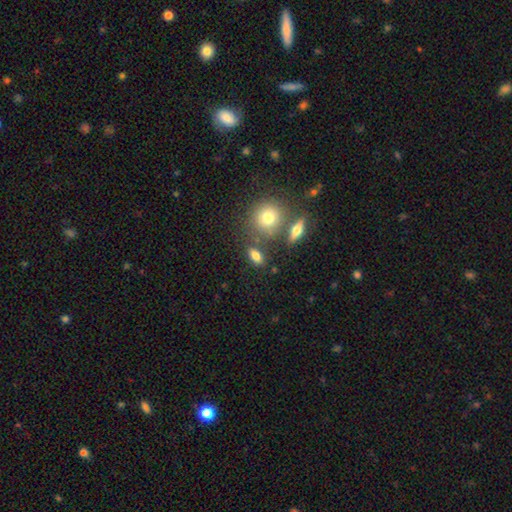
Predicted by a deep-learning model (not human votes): A smooth galaxy with no disk features (77%) that is in between round and cigar-shaped (76%).

Vote fractions:
- Smooth or featured? smooth: 77% / featured or disk: 12% / star or artifact: 11%
- How rounded? in between: 76% / round: 16% / cigar-shaped: 8%
- Merging? none: 73% / minor disturbance: 12% / merger: 11% / major disturbance: 4%